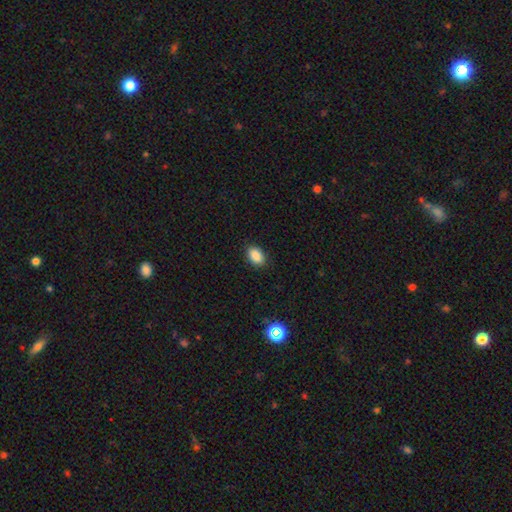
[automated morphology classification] A smooth galaxy with no disk features (88%) that is in between round and cigar-shaped (87%).

Vote fractions:
- Smooth or featured? smooth: 88% / star or artifact: 8% / featured or disk: 3%
- How rounded? in between: 87% / round: 11% / cigar-shaped: 1%
- Merging? none: 88% / minor disturbance: 9% / major disturbance: 2% / merger: 1%